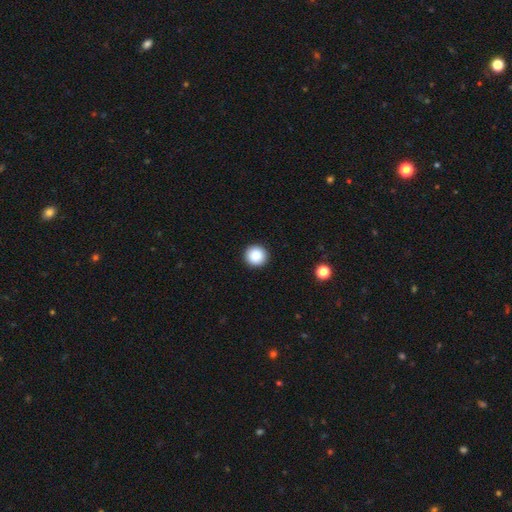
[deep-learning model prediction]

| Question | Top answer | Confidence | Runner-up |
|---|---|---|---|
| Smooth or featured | smooth | 88% | star or artifact (9%) |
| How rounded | round | 96% | in between (3%) |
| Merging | none | 93% | minor disturbance (4%) |